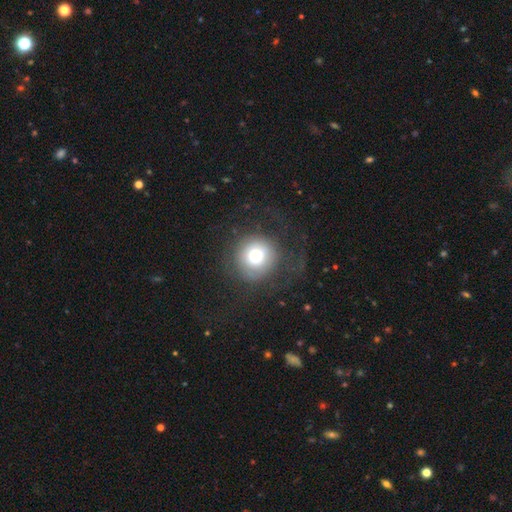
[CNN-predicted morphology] smooth_or_featured: smooth (p=0.66) [alt: featured or disk p=0.24]
how_rounded: round (p=0.93) [alt: in between p=0.06]
merging: none (p=0.65) [alt: major disturbance p=0.19]